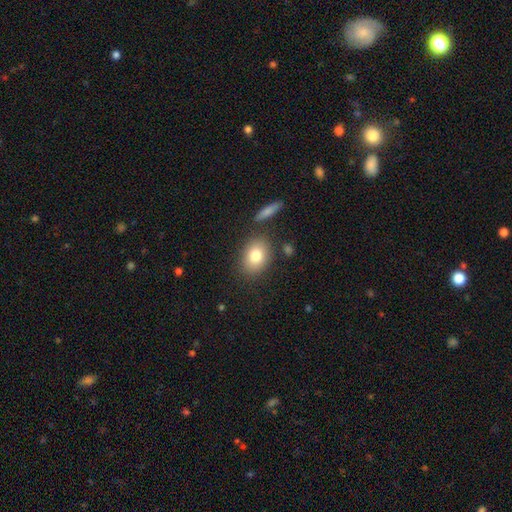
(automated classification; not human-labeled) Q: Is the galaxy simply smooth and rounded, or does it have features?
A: smooth — 80%.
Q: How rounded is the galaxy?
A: in between — 67%.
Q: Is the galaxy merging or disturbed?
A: none — 79%.